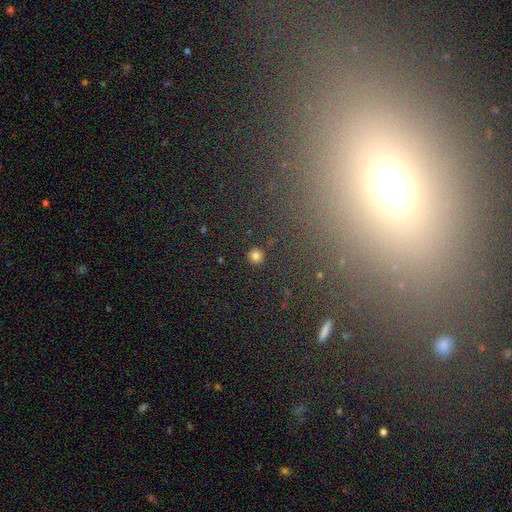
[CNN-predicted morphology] type=smooth (81%); roundness=round (95%); merging=none (91%).